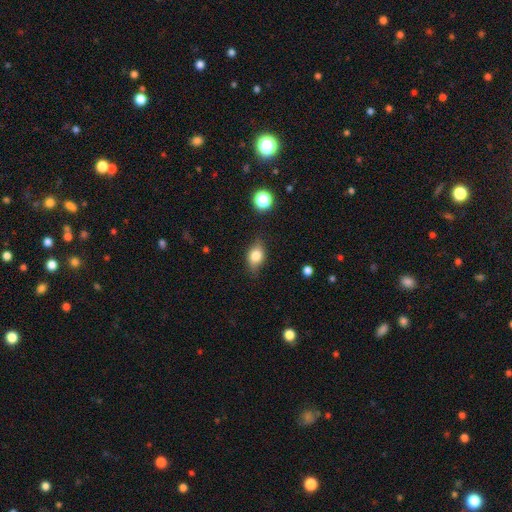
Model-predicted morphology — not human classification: Smooth or featured? smooth (77%)
How rounded? in between (76%)
Merging? none (78%)